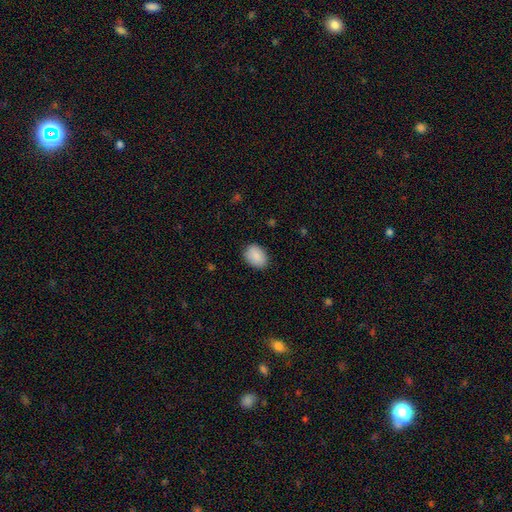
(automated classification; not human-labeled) Smooth or featured: smooth — 89% (star or artifact — 7%)
How rounded: in between — 73% (round — 26%)
Merging: none — 86% (minor disturbance — 11%)